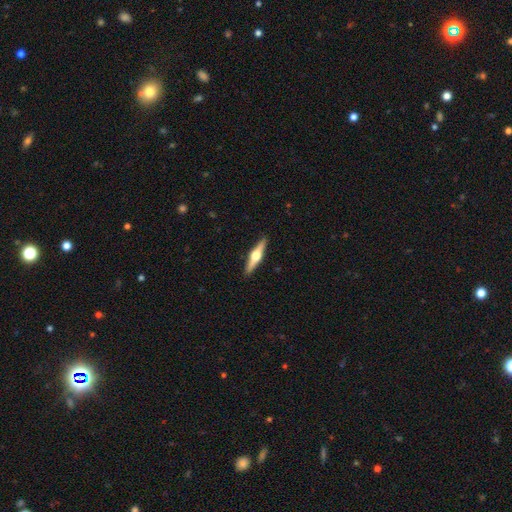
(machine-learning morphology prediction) Smooth or featured? featured or disk (71%)
Edge-on disk? yes (97%)
Edge-on bulge? rounded (96%)
Merging? none (92%)